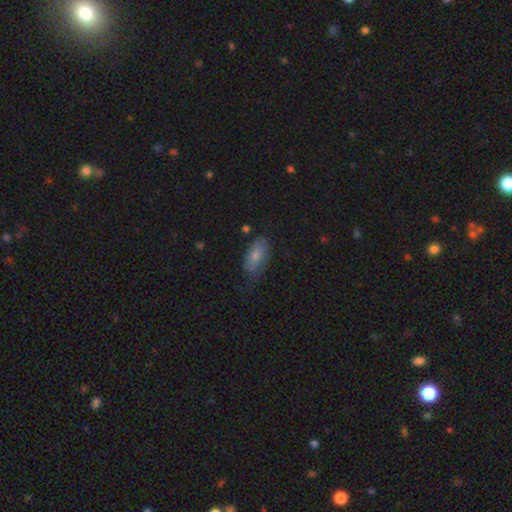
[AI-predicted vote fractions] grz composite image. It shows a smooth galaxy with no disk features (72%) that is in between round and cigar-shaped (91%). Merging: none (58%).